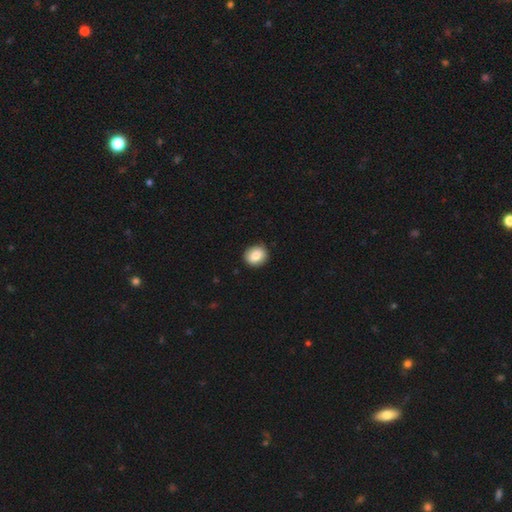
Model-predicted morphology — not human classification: The model was most divided on "how rounded": round: 70%, in between: 29%, cigar-shaped: 1%. More confident: merging — none (88%); smooth or featured — smooth (85%).